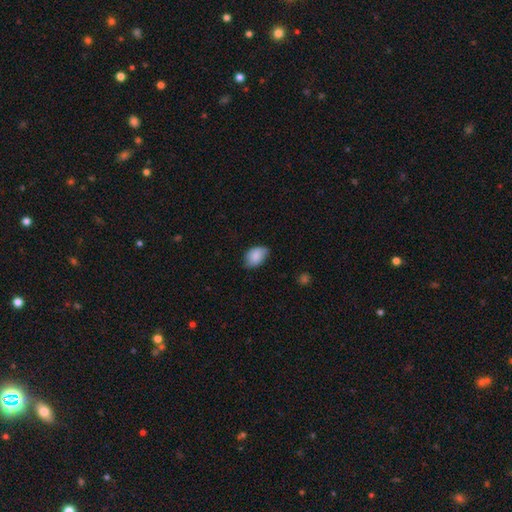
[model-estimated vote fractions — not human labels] Smooth or featured?
  - smooth: 85% *
  - featured or disk: 8%
  - star or artifact: 7%
How rounded?
  - in between: 85% *
  - round: 13%
  - cigar-shaped: 1%
Merging?
  - none: 64% *
  - minor disturbance: 30%
  - major disturbance: 5%
  - merger: 1%